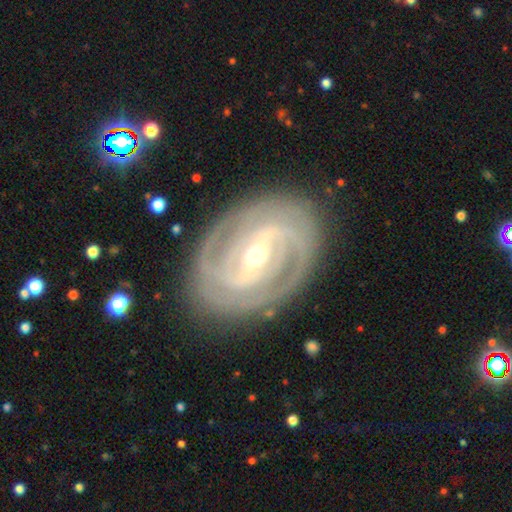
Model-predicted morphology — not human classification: smooth-or-featured: featured or disk: 91% | star or artifact: 4% | smooth: 4%
  disk-edge-on: no: 96% | yes: 4%
    bar: strong: 55% | weak: 33% | no: 12%
    has-spiral-arms: yes: 97% | no: 3%
      spiral-winding: tight: 74% | medium: 23% | loose: 4%
      spiral-arm-count: 2: 52% | 3: 20% | can't tell: 12% | 4: 7% | more than 4: 4% | 1: 4%
    bulge-size: moderate: 49% | small: 48% | large: 2% | none: 1% | dominant: 1%
  merging: none: 84% | minor disturbance: 12% | major disturbance: 3% | merger: 1%